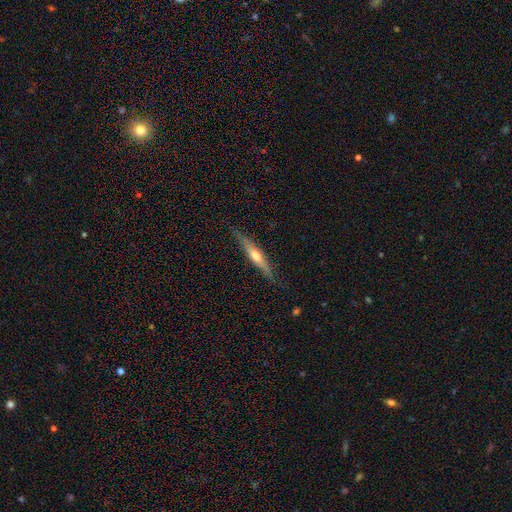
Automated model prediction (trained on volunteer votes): This is likely a featured or disk galaxy (63%). It is clearly viewed edge-on (96%). Edge-on bulge: clearly rounded (84%). Merging: clearly none (85%).